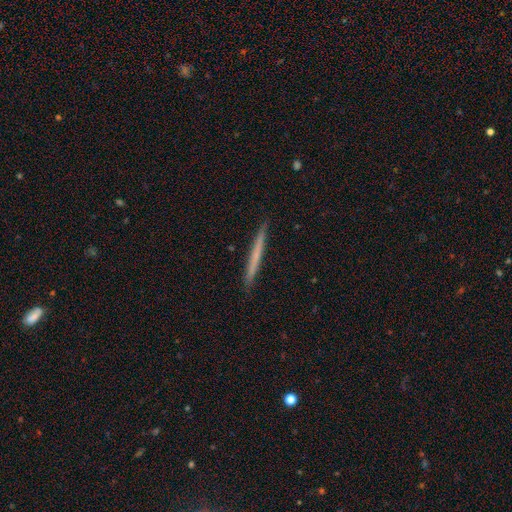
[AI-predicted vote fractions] Smooth or featured?
  - smooth: 55% *
  - featured or disk: 40%
  - star or artifact: 6%
How rounded?
  - cigar-shaped: 97% *
  - in between: 2%
  - round: 1%
Merging?
  - none: 92% *
  - minor disturbance: 6%
  - major disturbance: 1%
  - merger: 1%